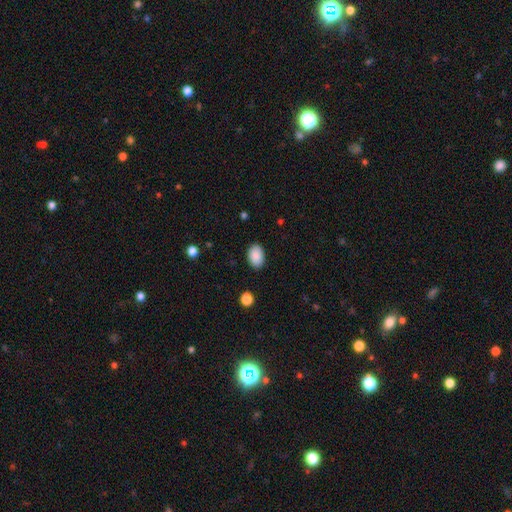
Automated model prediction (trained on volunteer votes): Smooth or featured? Predicted: smooth (p=0.90). How rounded? Predicted: in between (p=0.88). Merging? Predicted: none (p=0.88).